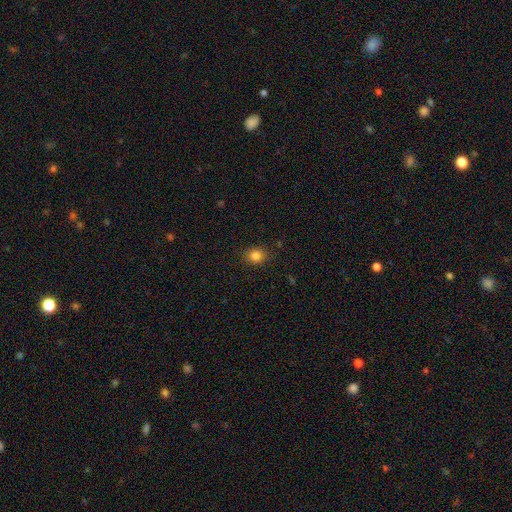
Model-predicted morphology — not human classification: A smooth galaxy with no disk features (83%) that is round (70%).

Vote fractions:
- Smooth or featured? smooth: 83% / star or artifact: 12% / featured or disk: 5%
- How rounded? round: 70% / in between: 29% / cigar-shaped: 1%
- Merging? none: 88% / minor disturbance: 9% / major disturbance: 2% / merger: 1%